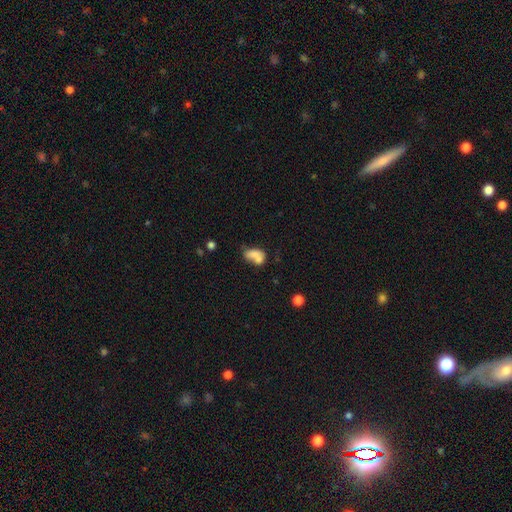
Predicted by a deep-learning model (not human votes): A smooth galaxy with no disk features (71%) that is in between round and cigar-shaped (82%).

Vote fractions:
- Smooth or featured? smooth: 71% / featured or disk: 19% / star or artifact: 11%
- How rounded? in between: 82% / round: 15% / cigar-shaped: 3%
- Merging? merger: 47% / none: 23% / minor disturbance: 17% / major disturbance: 13%